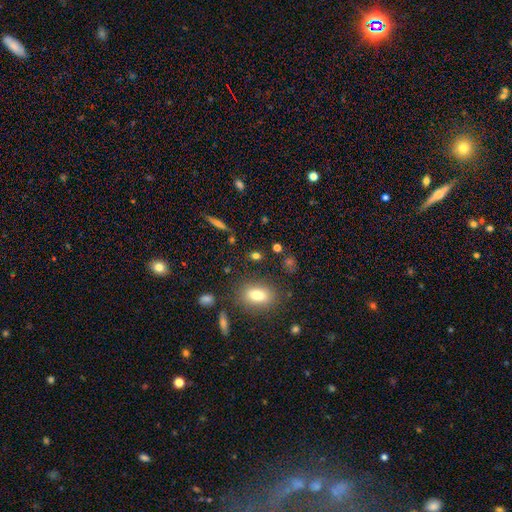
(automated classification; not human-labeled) smooth 71%, star or artifact 19%, featured or disk 11%. Down the decision tree: how rounded — in between (52%); merging — none (78%).